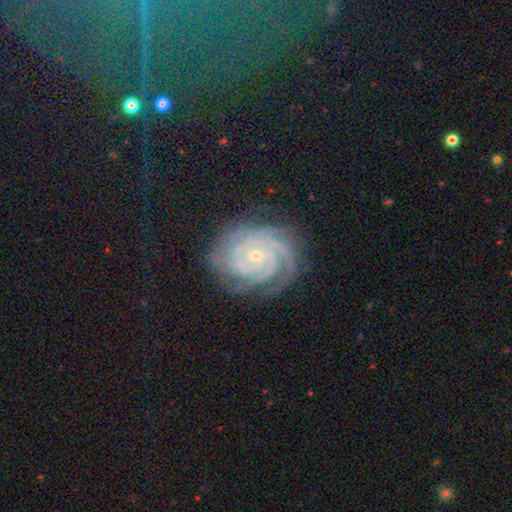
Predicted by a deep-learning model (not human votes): A featured or disk galaxy (89%) with no bar (76%), 3 (30%) tight (82%) spiral arms (98%) and a small central bulge (80%). Merging: none (76%).